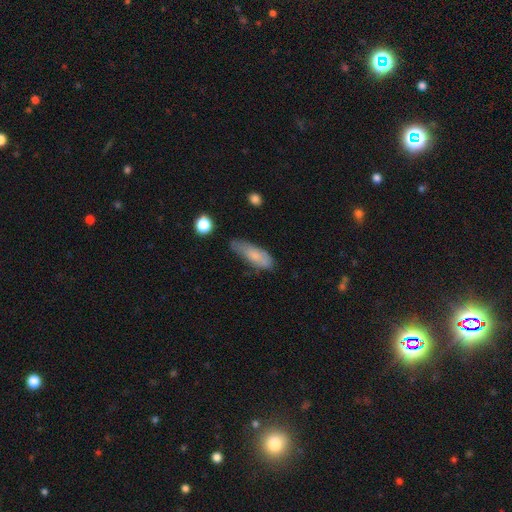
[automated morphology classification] Smooth or featured? Predicted: smooth (p=0.70). How rounded? Predicted: in between (p=0.60). Merging? Predicted: none (p=0.51).